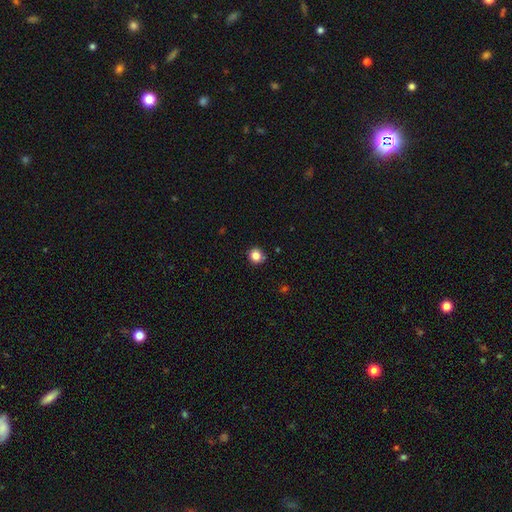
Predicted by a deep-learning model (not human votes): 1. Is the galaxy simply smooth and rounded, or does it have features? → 84% smooth, 12% star or artifact, 5% featured or disk.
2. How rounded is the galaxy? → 90% round, 9% in between, 1% cigar-shaped.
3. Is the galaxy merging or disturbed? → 88% none, 9% minor disturbance, 2% major disturbance, 2% merger.